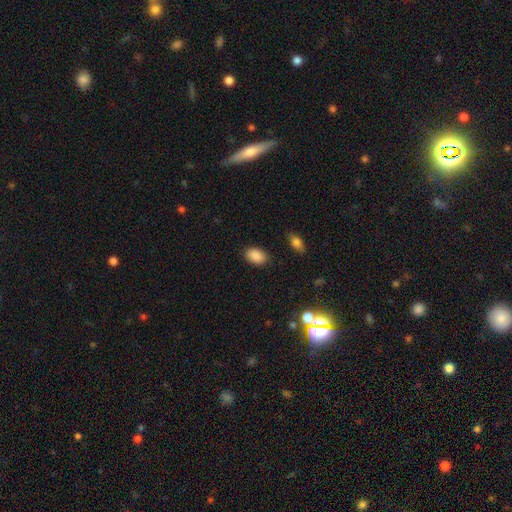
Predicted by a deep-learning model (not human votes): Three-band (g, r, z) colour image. It shows a smooth galaxy with no disk features (88%) that is in between round and cigar-shaped (86%). Merging: none (87%).